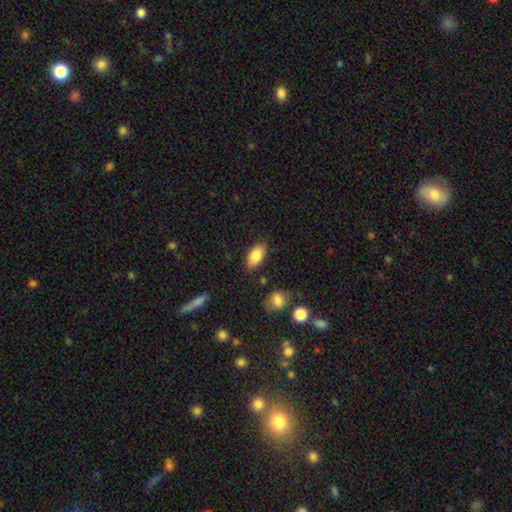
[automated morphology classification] Overall: smooth (85%). How rounded: in between (92%). Merging: none (79%).